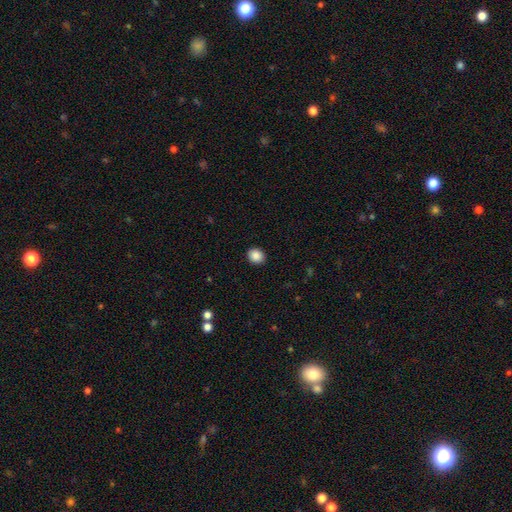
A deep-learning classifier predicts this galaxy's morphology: A smooth galaxy with no disk features (88%) that is round (68%). Merging: none (91%).